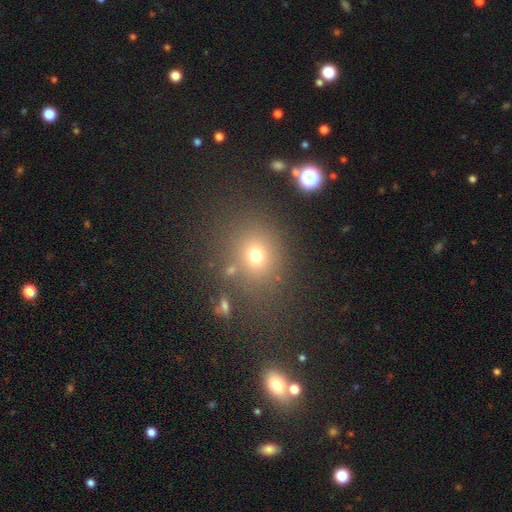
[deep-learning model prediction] Q: Smooth or featured?
A: smooth (71%); runner-up: star or artifact (19%)
Q: How rounded?
A: round (69%); runner-up: in between (30%)
Q: Merging?
A: none (76%); runner-up: minor disturbance (11%)